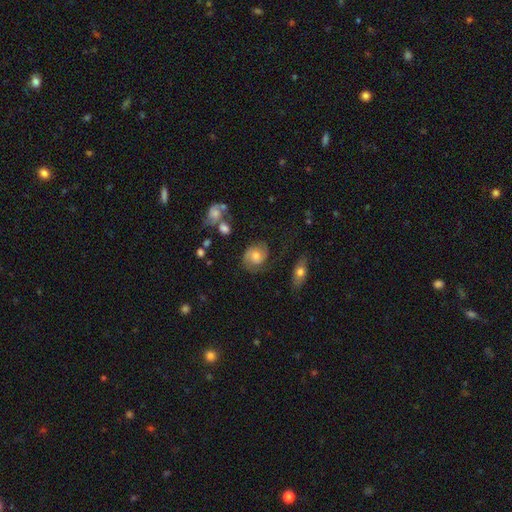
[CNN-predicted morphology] Smooth or featured: featured or disk — 68% (smooth — 24%)
Edge-on disk: no — 97% (yes — 3%)
Bar: no — 64% (weak — 31%)
Spiral arms: yes — 92% (no — 8%)
Spiral winding: medium — 44% (tight — 39%)
Spiral arm count: 2 — 80% (can't tell — 9%)
Bulge size: moderate — 61% (small — 24%)
Merging: none — 67% (minor disturbance — 19%)